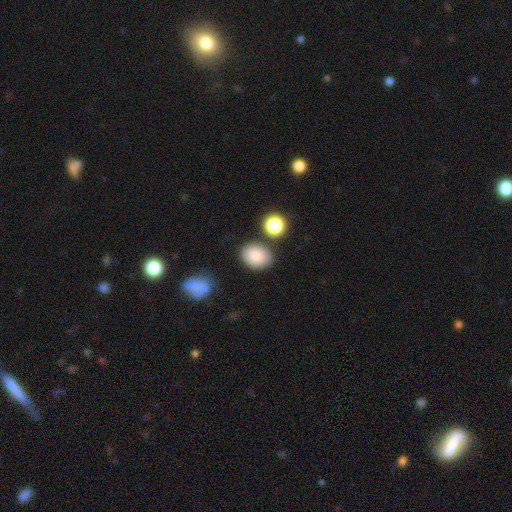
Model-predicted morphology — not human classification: Smooth or featured: smooth — 84% (star or artifact — 8%)
How rounded: in between — 68% (round — 31%)
Merging: none — 77% (minor disturbance — 12%)